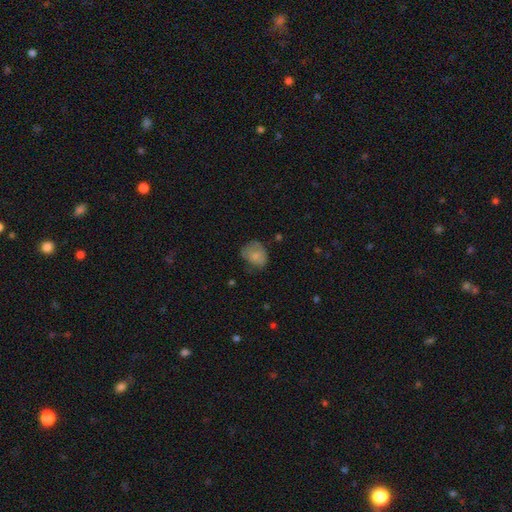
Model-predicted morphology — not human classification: This appears to be a smooth galaxy with no disk features (70%) that is round (52%). Merging: none (51%).